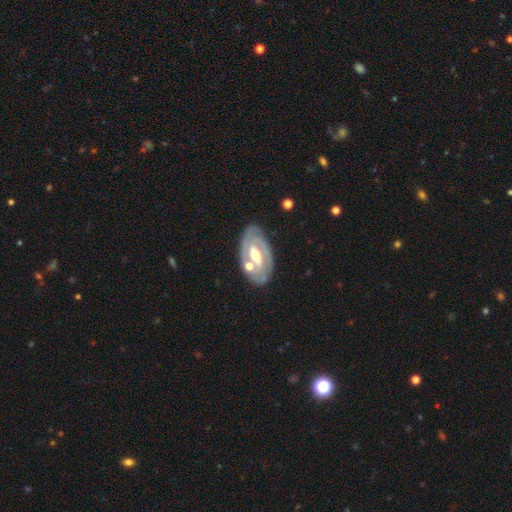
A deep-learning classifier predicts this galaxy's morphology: Smooth or featured?
  - featured or disk: 79% *
  - smooth: 16%
  - star or artifact: 5%
Edge-on disk?
  - no: 92% *
  - yes: 8%
Bar?
  - strong: 38% * (tied)
  - weak: 38% * (tied)
  - no: 24%
Spiral arms?
  - yes: 78% *
  - no: 22%
Spiral winding?
  - tight: 65% *
  - medium: 27%
  - loose: 8%
Spiral arm count?
  - 2: 59% *
  - can't tell: 23%
  - 1: 9%
  - 3: 5%
  - 4: 2%
  - more than 4: 1%
Bulge size?
  - moderate: 66% *
  - small: 20%
  - large: 11%
  - none: 2%
  - dominant: 1%
Merging?
  - none: 70% *
  - minor disturbance: 16%
  - merger: 8%
  - major disturbance: 6%